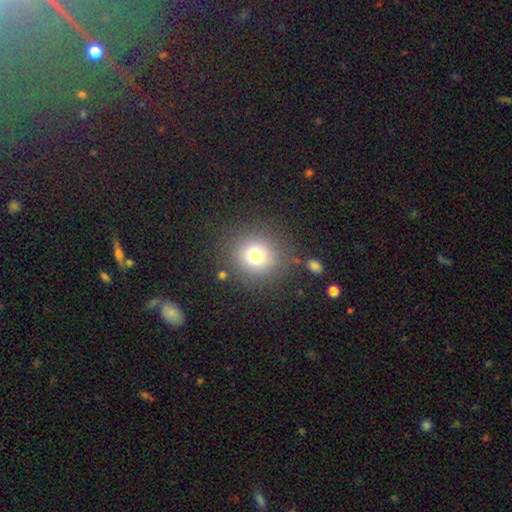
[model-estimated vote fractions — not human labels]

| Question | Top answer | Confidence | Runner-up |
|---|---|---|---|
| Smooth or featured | smooth | 75% | star or artifact (15%) |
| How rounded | round | 88% | in between (11%) |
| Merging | none | 83% | minor disturbance (9%) |